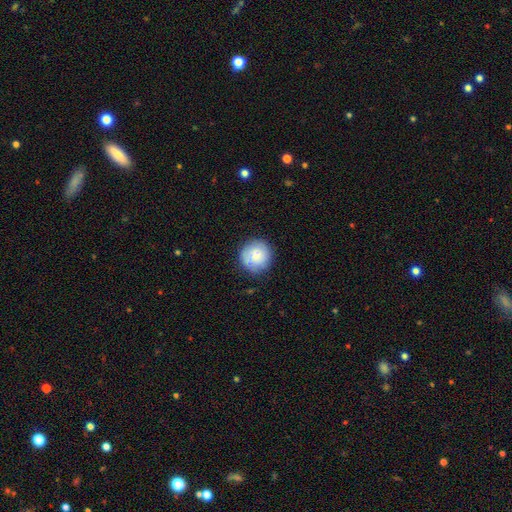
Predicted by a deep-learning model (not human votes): Smooth or featured? smooth (77%)
How rounded? round (93%)
Merging? none (79%)